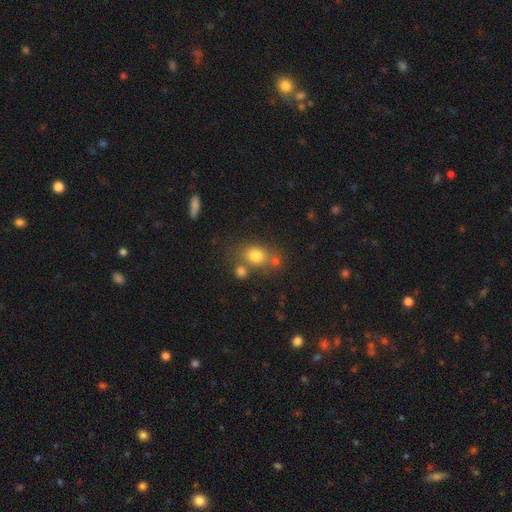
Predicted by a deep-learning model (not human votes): A smooth galaxy with no disk features (76%) that is in between round and cigar-shaped (53%). Merging: none (57%).